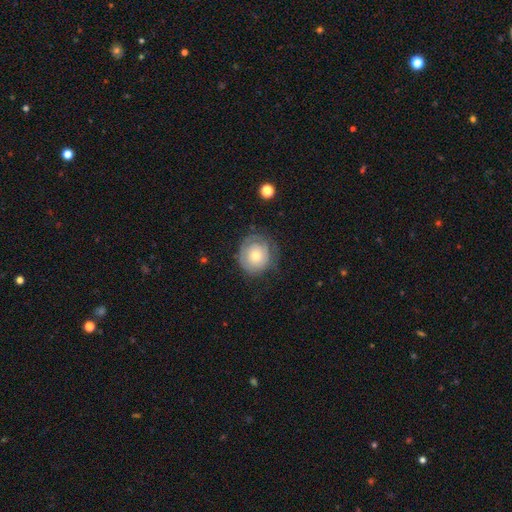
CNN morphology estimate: featured or disk 47%, smooth 46%, star or artifact 7%. Down the decision tree: merging — none (65%).